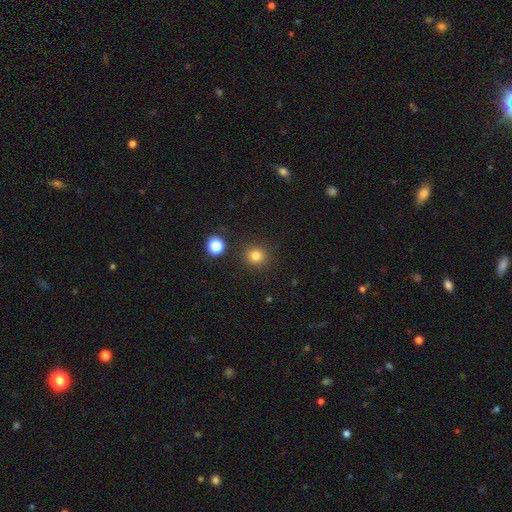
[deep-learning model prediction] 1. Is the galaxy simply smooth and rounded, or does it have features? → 82% smooth, 14% star or artifact, 5% featured or disk.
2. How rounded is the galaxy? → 91% round, 8% in between, 1% cigar-shaped.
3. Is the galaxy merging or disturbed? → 89% none, 6% minor disturbance, 3% merger, 2% major disturbance.